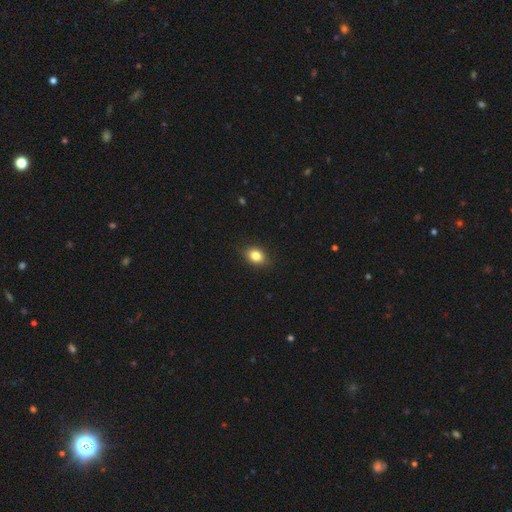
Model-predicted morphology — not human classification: smooth 83%, star or artifact 10%, featured or disk 7%. Down the decision tree: how rounded — in between (66%); merging — none (87%).